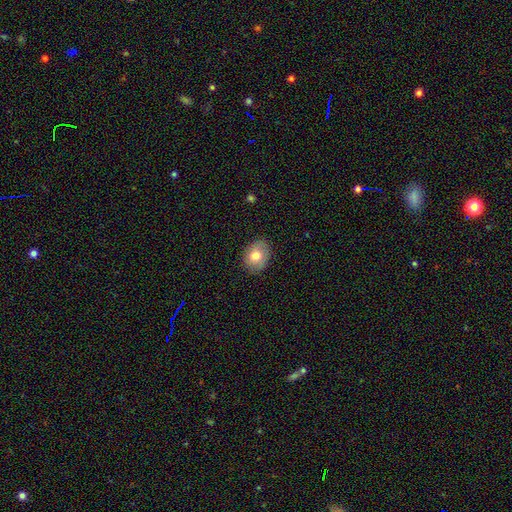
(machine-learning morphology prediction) Smooth or featured? Predicted: smooth (p=0.75). How rounded? Predicted: in between (p=0.60). Merging? Predicted: none (p=0.84).